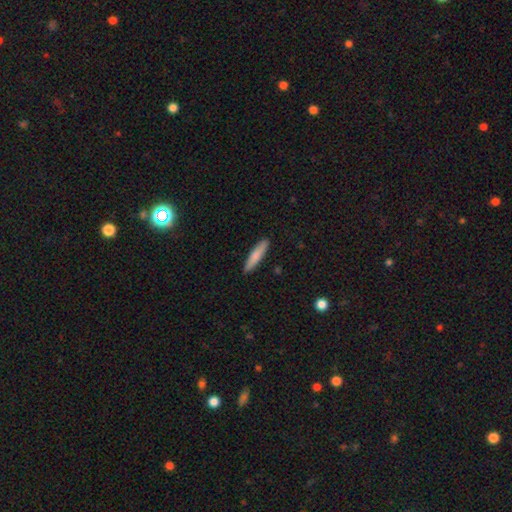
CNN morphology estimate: Smooth or featured?
  - smooth: 80% *
  - featured or disk: 15%
  - star or artifact: 5%
How rounded?
  - cigar-shaped: 86% *
  - in between: 13%
  - round: 1%
Merging?
  - none: 90% *
  - minor disturbance: 7%
  - major disturbance: 2%
  - merger: 1%